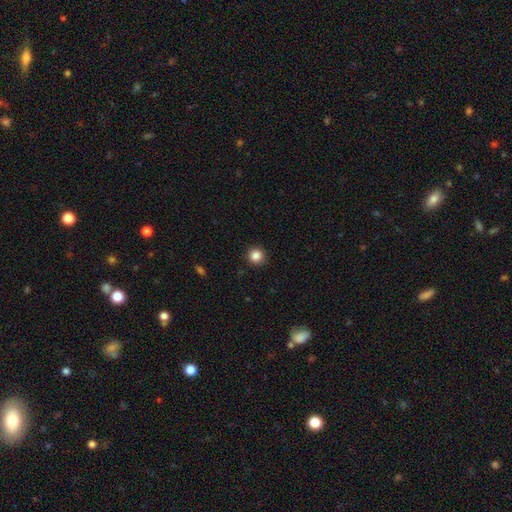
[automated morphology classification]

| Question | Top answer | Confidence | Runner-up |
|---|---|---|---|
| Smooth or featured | smooth | 86% | star or artifact (11%) |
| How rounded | round | 94% | in between (5%) |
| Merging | none | 92% | minor disturbance (5%) |